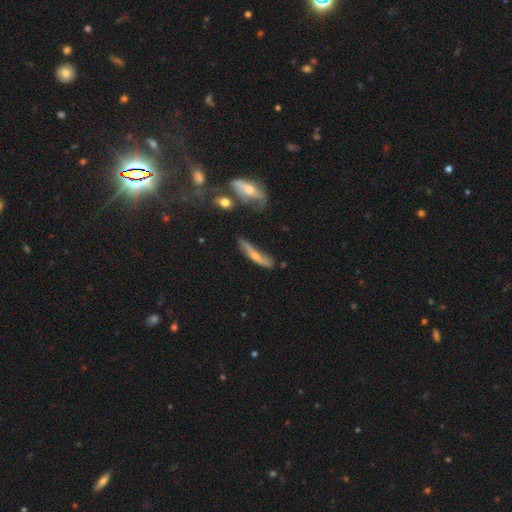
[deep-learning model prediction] This appears to be a featured or disk galaxy (49%). Merging: none (46%).